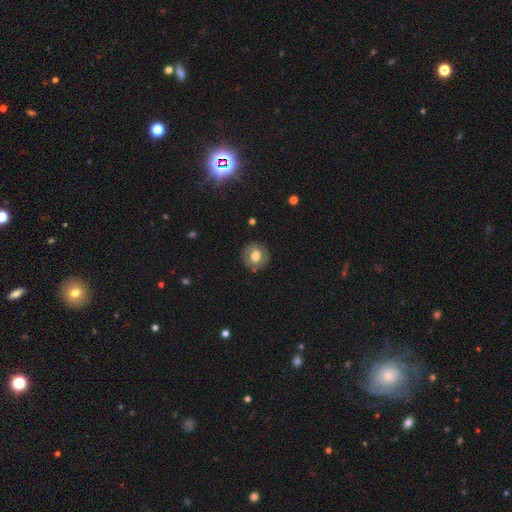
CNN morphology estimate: smooth 59%, featured or disk 33%, star or artifact 8%. Down the decision tree: how rounded — round (84%); merging — none (84%).